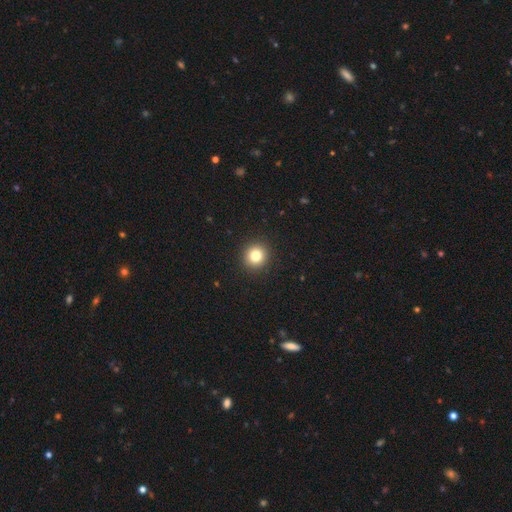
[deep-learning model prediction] The model was most divided on "smooth or featured": smooth: 80%, star or artifact: 12%, featured or disk: 8%. More confident: how rounded — round (94%); merging — none (93%).